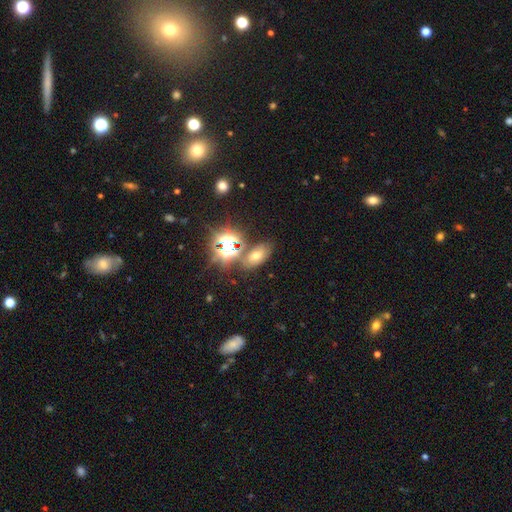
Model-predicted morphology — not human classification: Q: Smooth or featured?
A: smooth (46%); runner-up: star or artifact (38%)
Q: Merging?
A: none (71%); runner-up: minor disturbance (12%)